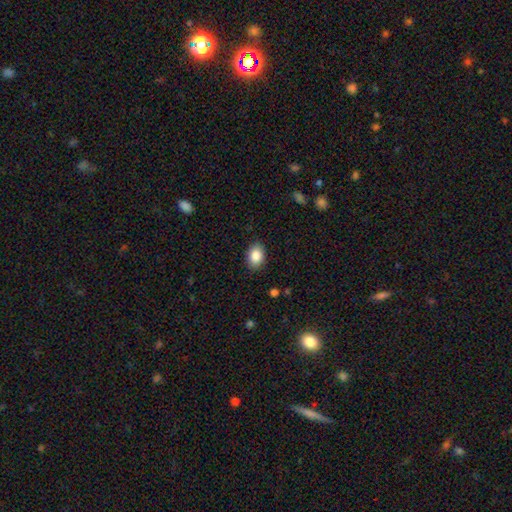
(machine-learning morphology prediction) smooth_or_featured: smooth (p=0.87) [alt: star or artifact p=0.08]
how_rounded: in between (p=0.77) [alt: round p=0.22]
merging: none (p=0.88) [alt: minor disturbance p=0.09]